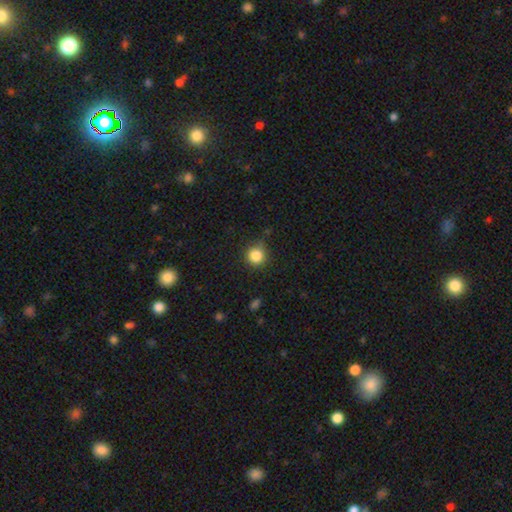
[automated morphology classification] A smooth galaxy with no disk features (85%) that is round (93%). Merging: none (82%).